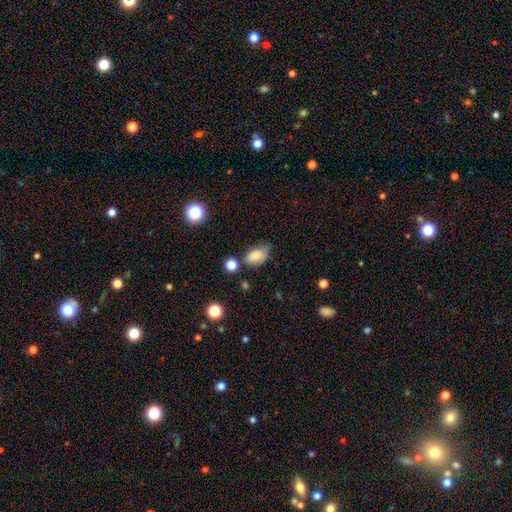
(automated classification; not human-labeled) Q: Smooth or featured?
A: smooth (76%); runner-up: featured or disk (13%)
Q: How rounded?
A: in between (86%); runner-up: round (12%)
Q: Merging?
A: none (45%); runner-up: minor disturbance (37%)